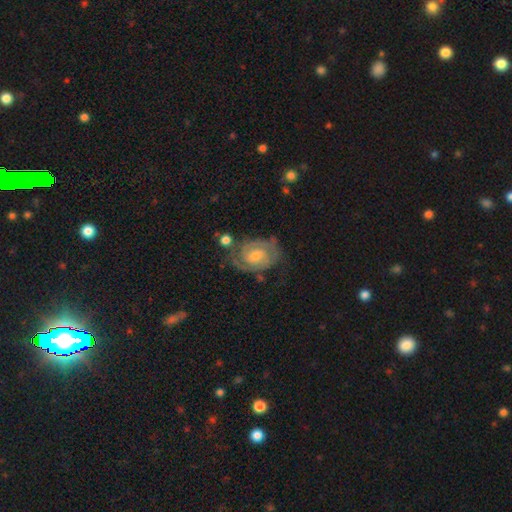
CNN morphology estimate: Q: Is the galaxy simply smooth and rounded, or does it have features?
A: featured or disk — 80%.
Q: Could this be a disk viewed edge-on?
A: no — 97%.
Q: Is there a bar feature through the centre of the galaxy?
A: weak — 47%.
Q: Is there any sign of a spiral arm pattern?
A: yes — 93%.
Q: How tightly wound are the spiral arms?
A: tight — 58%.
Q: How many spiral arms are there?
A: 2 — 67%.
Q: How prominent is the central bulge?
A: moderate — 47%.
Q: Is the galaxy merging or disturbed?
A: none — 62%.